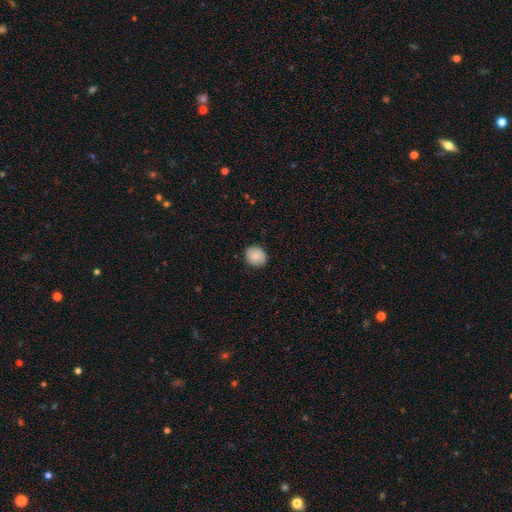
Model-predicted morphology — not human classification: Overall: smooth (80%). How rounded: round (75%). Merging: none (86%).